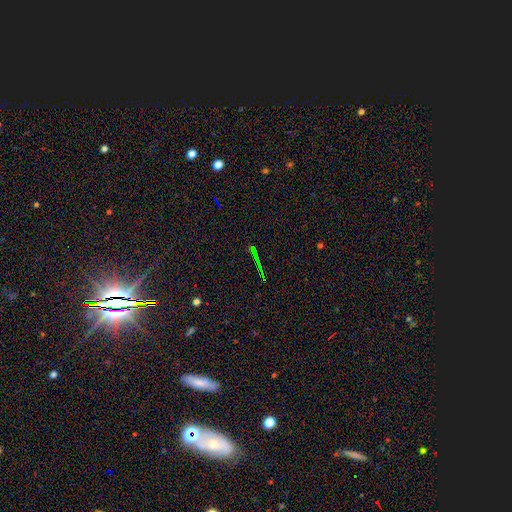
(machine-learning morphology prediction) Smooth or featured: star or artifact — 68% (featured or disk — 16%)